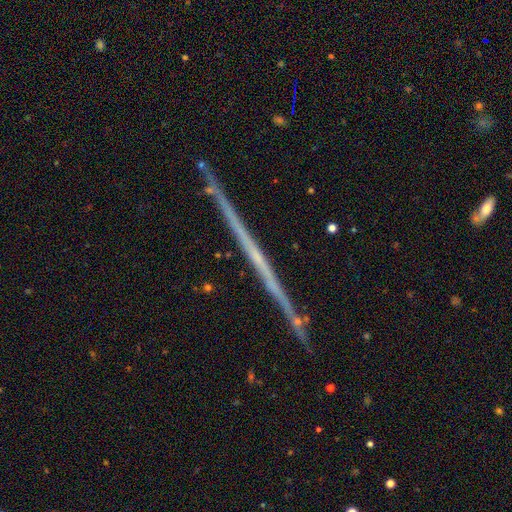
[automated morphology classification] Smooth or featured? featured or disk (71%)
Edge-on disk? yes (98%)
Edge-on bulge? none (87%)
Merging? none (91%)